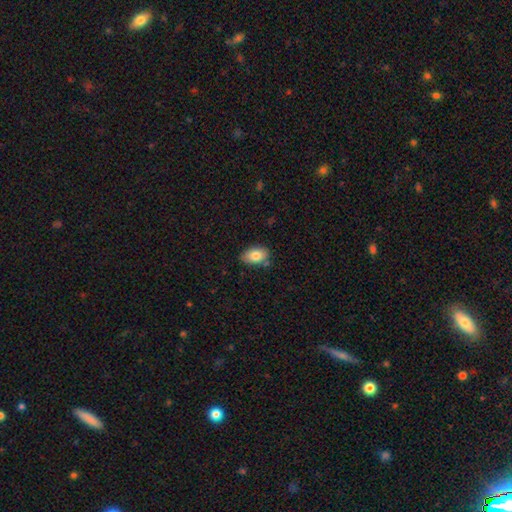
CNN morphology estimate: A smooth galaxy with no disk features (83%) that is in between round and cigar-shaped (90%). Merging: none (78%).